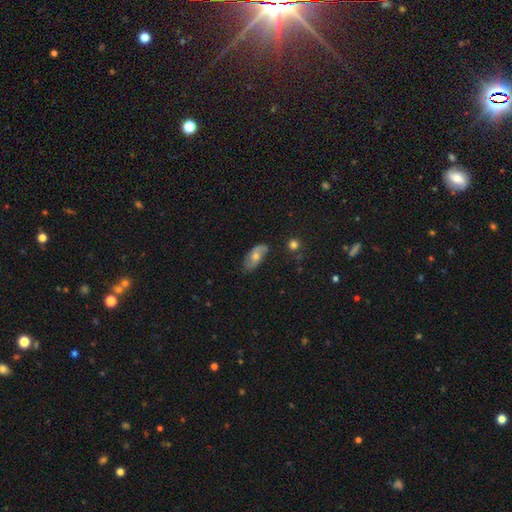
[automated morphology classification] A featured or disk galaxy (53%).

Vote fractions:
- Smooth or featured? featured or disk: 53% / smooth: 38% / star or artifact: 9%
- Edge-on disk? no: 89% / yes: 11%
- Merging? none: 73% / minor disturbance: 20% / major disturbance: 5% / merger: 2%